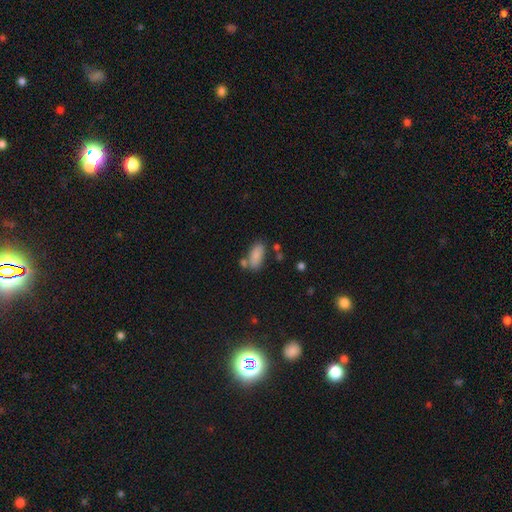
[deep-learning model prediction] Smooth or featured? smooth (83%)
How rounded? in between (88%)
Merging? none (62%)